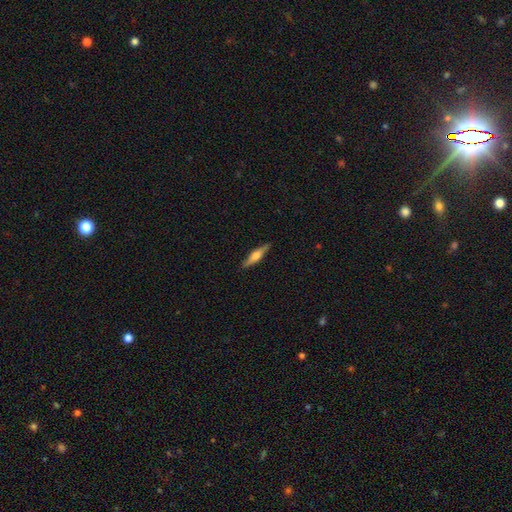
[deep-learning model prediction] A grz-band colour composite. It shows a featured or disk galaxy (58%) viewed edge-on (96%) with a rounded central bulge (88%). Merging: none (90%).